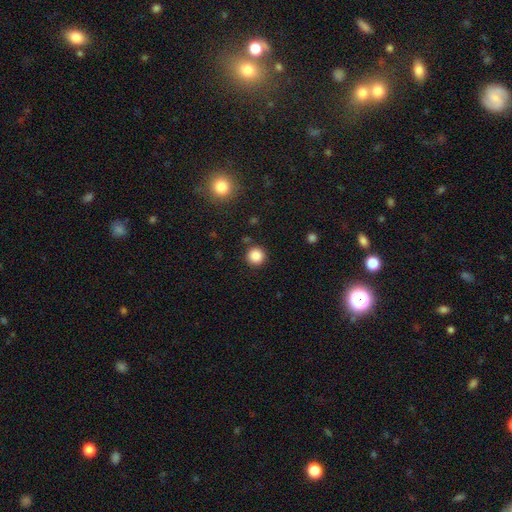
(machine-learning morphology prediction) A smooth galaxy with no disk features (86%) that is round (95%). Merging: none (89%).